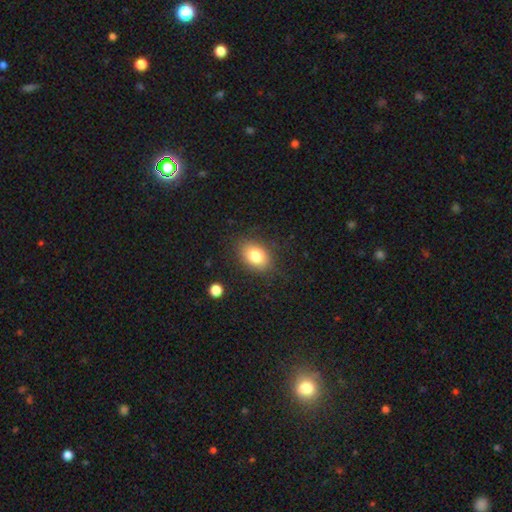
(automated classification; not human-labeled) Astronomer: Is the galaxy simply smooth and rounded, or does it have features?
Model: smooth — 81%.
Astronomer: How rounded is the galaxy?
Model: in between — 74%.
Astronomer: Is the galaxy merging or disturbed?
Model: none — 82%.